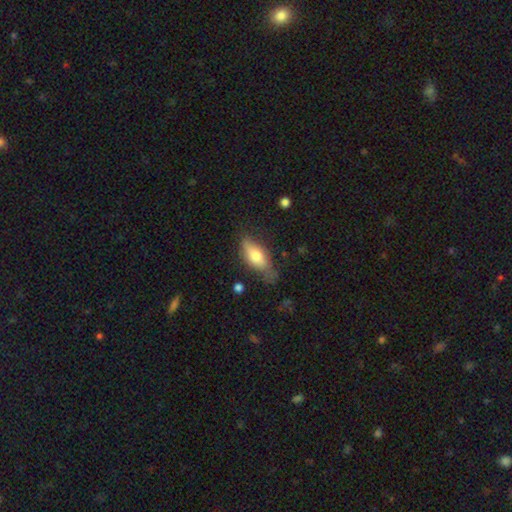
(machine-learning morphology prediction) Smooth or featured: smooth — 67% (featured or disk — 27%)
How rounded: in between — 74% (cigar-shaped — 23%)
Merging: none — 57% (minor disturbance — 30%)